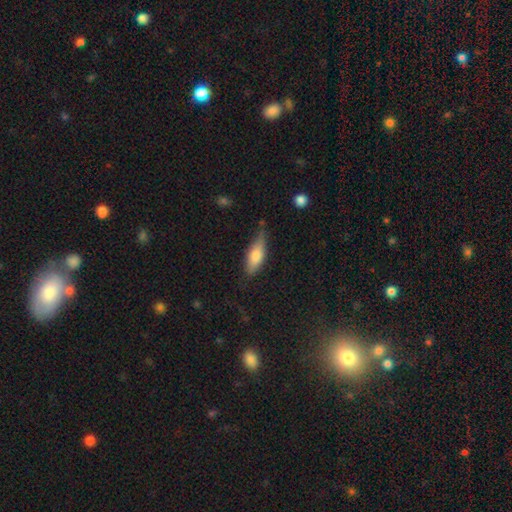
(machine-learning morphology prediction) Smooth or featured?
  - smooth: 71% *
  - featured or disk: 23%
  - star or artifact: 7%
How rounded?
  - in between: 63% *
  - cigar-shaped: 34%
  - round: 3%
Merging?
  - none: 56% *
  - minor disturbance: 33%
  - major disturbance: 8%
  - merger: 3%